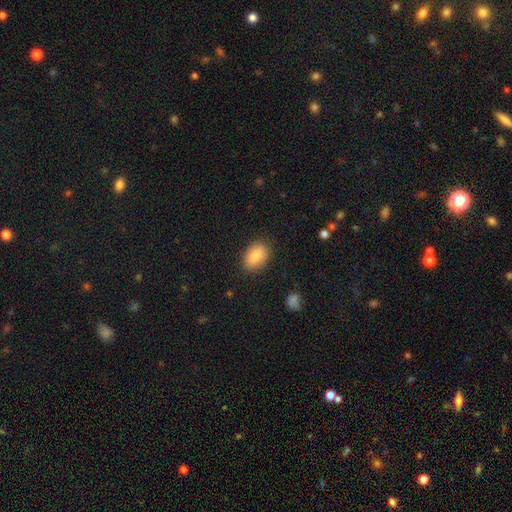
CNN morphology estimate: smooth 85%, featured or disk 8%, star or artifact 7%. Down the decision tree: how rounded — in between (84%); merging — none (85%).